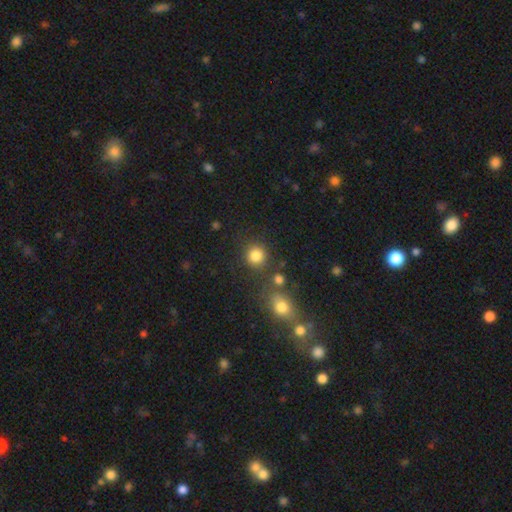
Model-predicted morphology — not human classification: smooth 82%, star or artifact 12%, featured or disk 5%. Down the decision tree: how rounded — round (88%); merging — none (77%).